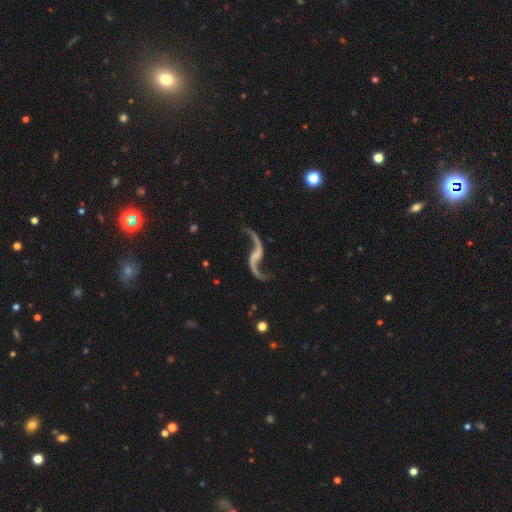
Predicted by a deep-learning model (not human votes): Overall: featured or disk (93%). Edge-on disk: no (96%). Bar: no (48%; weak 35%). Spiral arms: yes (97%). Spiral arm count: 2 (94%). Spiral winding: loose (96%). Bulge size: small (44%; none 39%). Merging: none (74%).